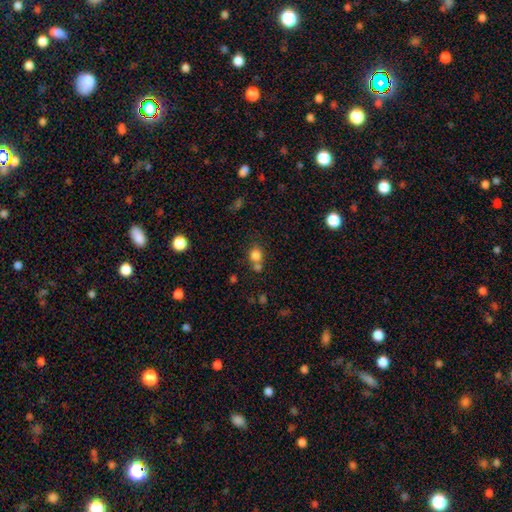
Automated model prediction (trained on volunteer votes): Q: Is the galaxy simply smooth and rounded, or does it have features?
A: smooth — 80%.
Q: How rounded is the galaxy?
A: round — 78%.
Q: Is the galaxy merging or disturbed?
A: none — 51%.